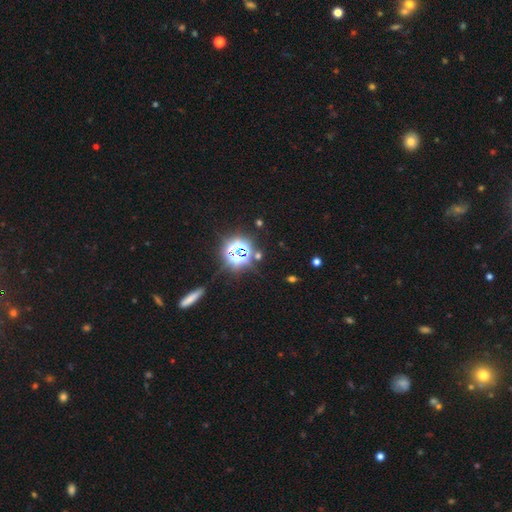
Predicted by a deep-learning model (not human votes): Smooth or featured? Predicted: star or artifact (p=0.75).